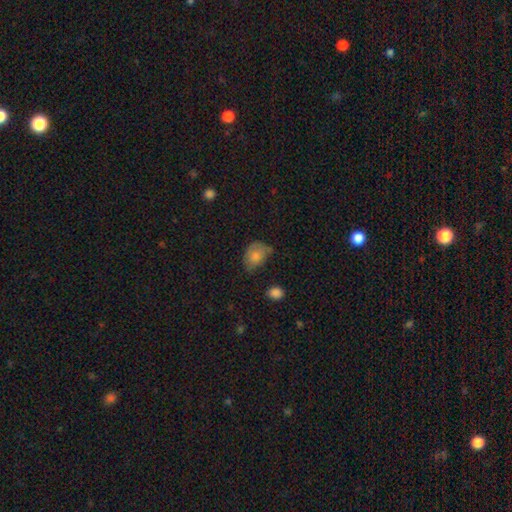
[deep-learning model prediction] smooth-or-featured: smooth: 75% | featured or disk: 17% | star or artifact: 8%
  how-rounded: in between: 69% | round: 30% | cigar-shaped: 1%
  merging: none: 45% | minor disturbance: 38% | major disturbance: 12% | merger: 4%